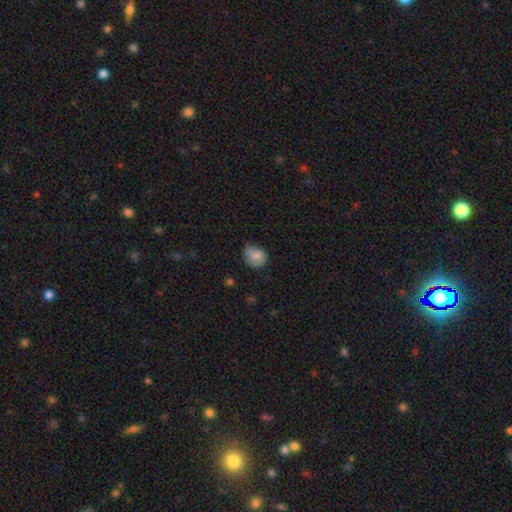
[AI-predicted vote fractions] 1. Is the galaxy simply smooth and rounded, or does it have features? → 81% smooth, 10% featured or disk, 9% star or artifact.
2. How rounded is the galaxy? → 52% round, 47% in between, 1% cigar-shaped.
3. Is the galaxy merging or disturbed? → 53% none, 36% minor disturbance, 9% major disturbance, 2% merger.